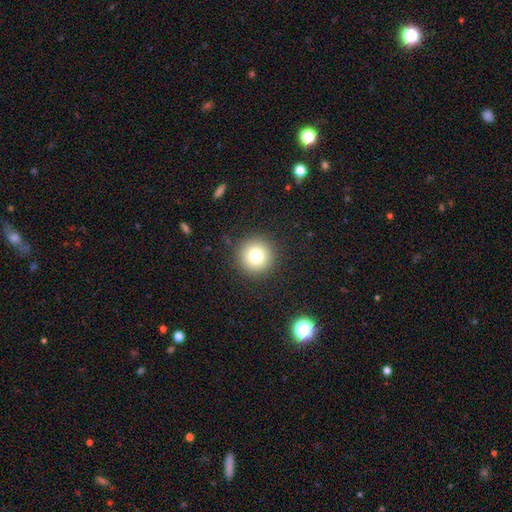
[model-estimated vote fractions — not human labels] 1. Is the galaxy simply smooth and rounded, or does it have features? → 78% smooth, 12% star or artifact, 10% featured or disk.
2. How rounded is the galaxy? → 96% round, 3% in between, 1% cigar-shaped.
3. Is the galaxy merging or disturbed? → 91% none, 6% minor disturbance, 2% major disturbance, 1% merger.